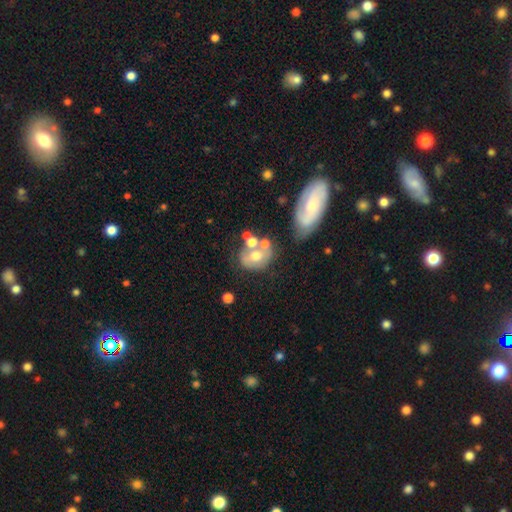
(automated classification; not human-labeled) Smooth or featured? smooth (48%)
Merging? none (37%)